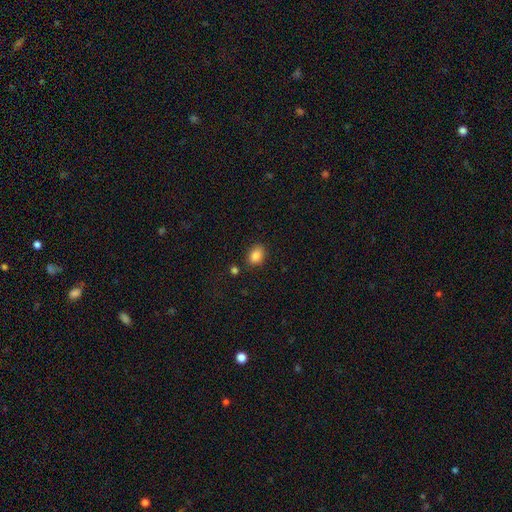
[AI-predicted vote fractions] Overall: smooth (86%). How rounded: in between (68%; round 31%). Merging: none (81%).